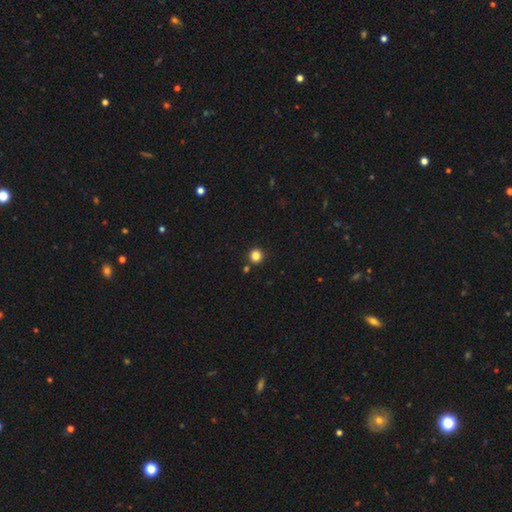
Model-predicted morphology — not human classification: The model was most divided on "smooth or featured": smooth: 84%, star or artifact: 13%, featured or disk: 4%. More confident: how rounded — round (94%); merging — none (88%).